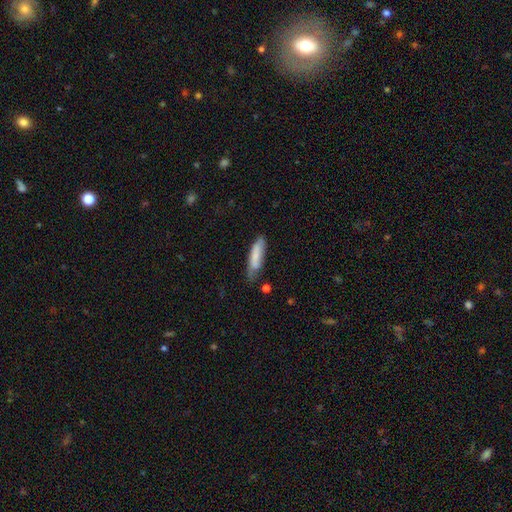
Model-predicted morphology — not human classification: smooth 76%, featured or disk 18%, star or artifact 6%. Down the decision tree: how rounded — cigar-shaped (68%); merging — none (54%).